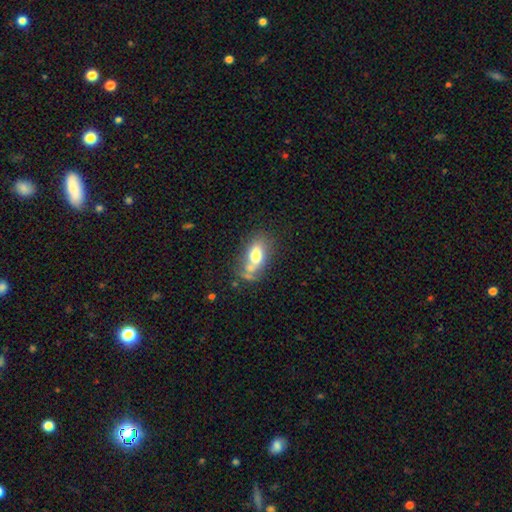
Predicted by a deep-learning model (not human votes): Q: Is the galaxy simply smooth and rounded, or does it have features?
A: smooth — 70%.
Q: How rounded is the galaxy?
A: in between — 87%.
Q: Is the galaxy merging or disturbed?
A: none — 44%.